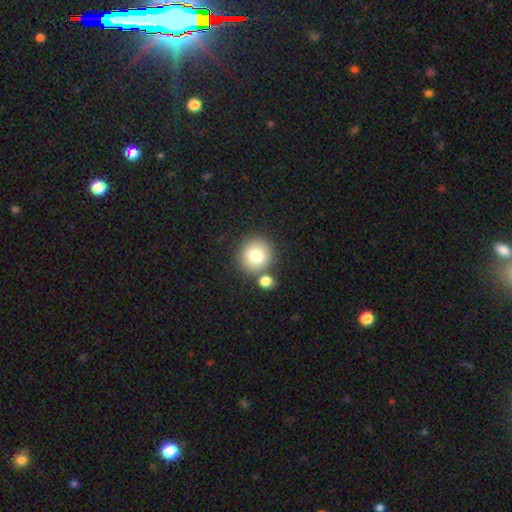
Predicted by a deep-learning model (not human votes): This appears to be a smooth galaxy with no disk features (78%) that is round (89%). Merging: none (74%).